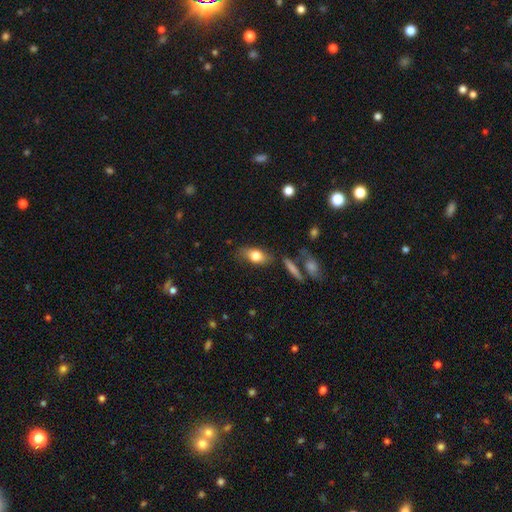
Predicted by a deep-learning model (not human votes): Smooth or featured? Predicted: smooth (p=0.74). How rounded? Predicted: in between (p=0.82). Merging? Predicted: none (p=0.74).